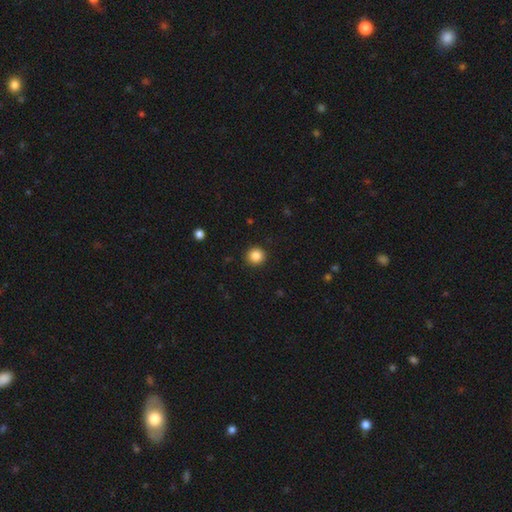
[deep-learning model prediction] Morphology: type=smooth (87%); roundness=round (94%); merging=none (92%).